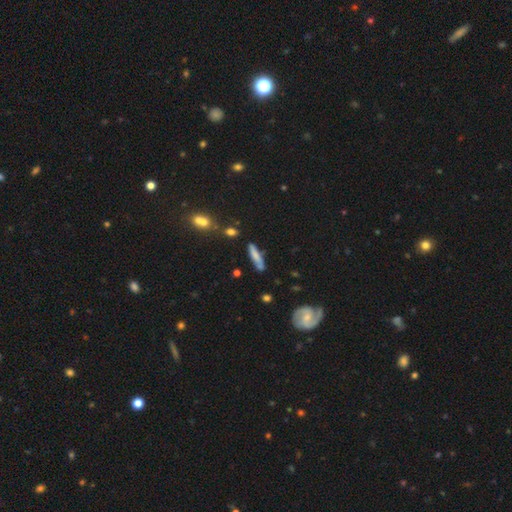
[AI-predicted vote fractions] Q: Smooth or featured?
A: smooth (64%); runner-up: featured or disk (28%)
Q: How rounded?
A: cigar-shaped (82%); runner-up: in between (16%)
Q: Merging?
A: none (71%); runner-up: minor disturbance (18%)